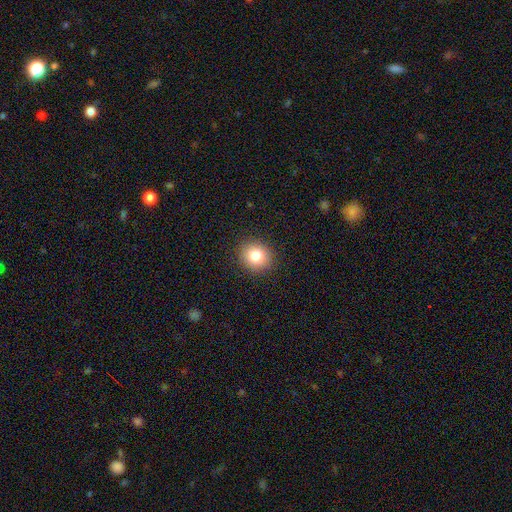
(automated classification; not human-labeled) A smooth galaxy with no disk features (82%) that is round (83%). Merging: none (91%).